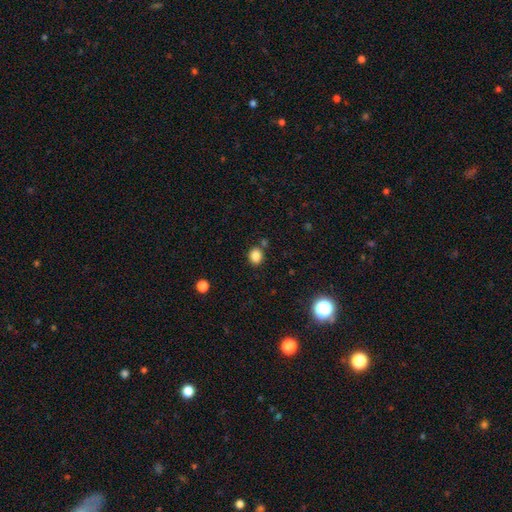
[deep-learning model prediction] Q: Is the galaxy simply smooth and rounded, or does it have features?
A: smooth — 85%.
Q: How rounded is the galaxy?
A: round — 60%.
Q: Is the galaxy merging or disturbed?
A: none — 79%.